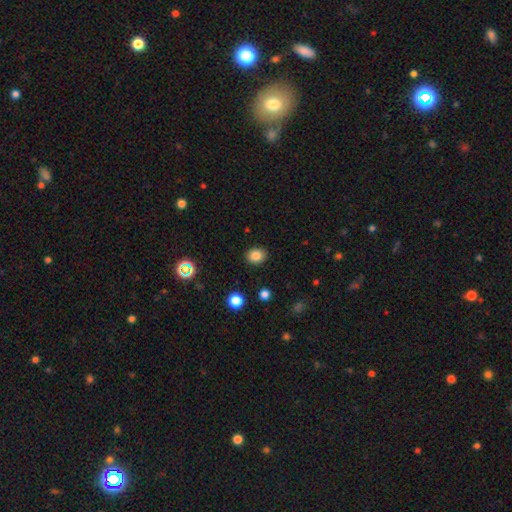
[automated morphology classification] Overall: smooth (83%). How rounded: round (65%; in between 34%). Merging: none (89%).